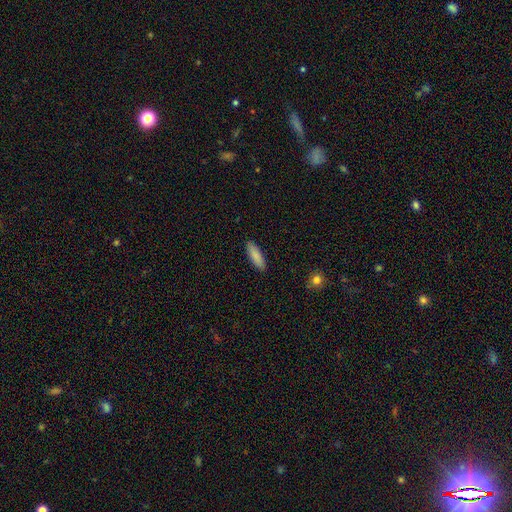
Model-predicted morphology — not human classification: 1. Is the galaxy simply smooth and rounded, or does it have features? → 87% smooth, 7% featured or disk, 6% star or artifact.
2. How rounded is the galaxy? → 49% in between (tied), 49% cigar-shaped (tied), 2% round.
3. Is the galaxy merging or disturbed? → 90% none, 7% minor disturbance, 2% major disturbance, 1% merger.